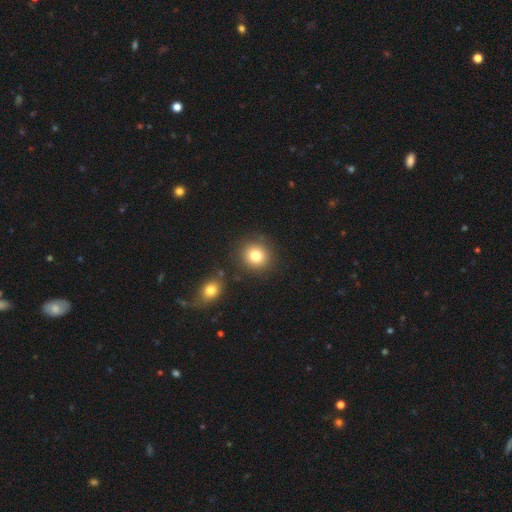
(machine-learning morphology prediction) A smooth galaxy with no disk features (80%) that is round (88%). Merging: none (84%).